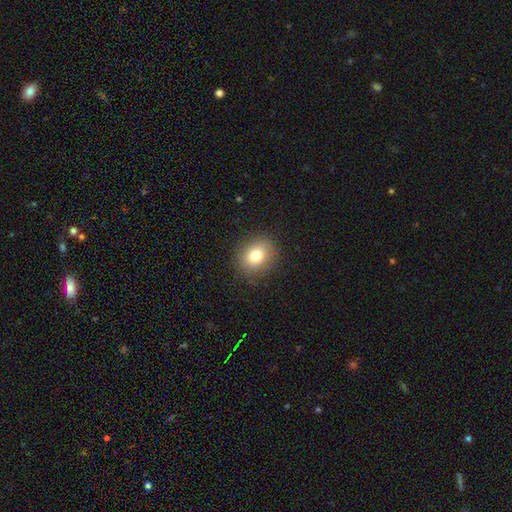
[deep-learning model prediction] This is likely a smooth galaxy (78%). How rounded: likely round (65%). Merging: clearly none (87%).